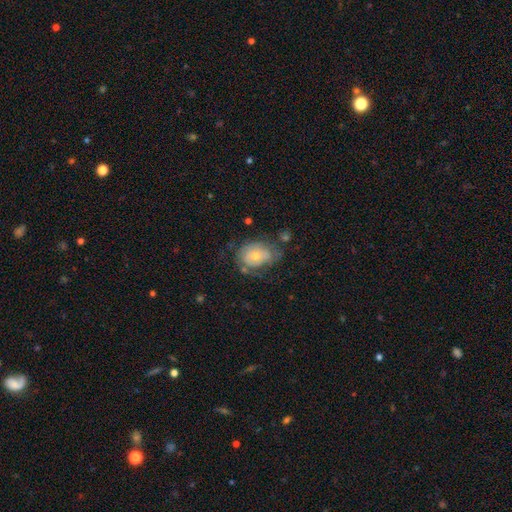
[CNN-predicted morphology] Smooth or featured?
  - smooth: 55% *
  - featured or disk: 37%
  - star or artifact: 8%
How rounded?
  - in between: 70% *
  - round: 29%
  - cigar-shaped: 1%
Merging?
  - none: 43% *
  - minor disturbance: 32%
  - major disturbance: 20%
  - merger: 5%